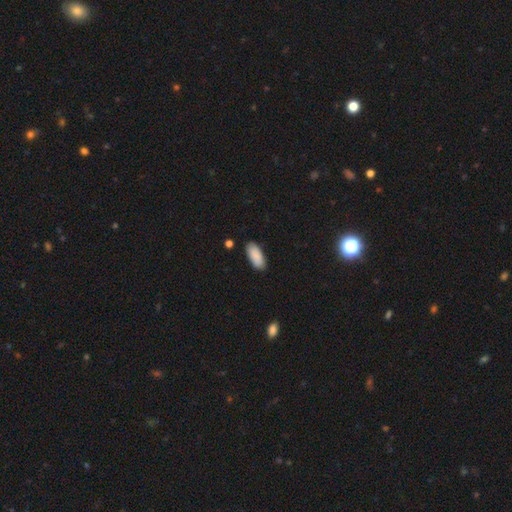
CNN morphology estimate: smooth 90%, star or artifact 6%, featured or disk 4%. Down the decision tree: how rounded — in between (86%); merging — none (87%).